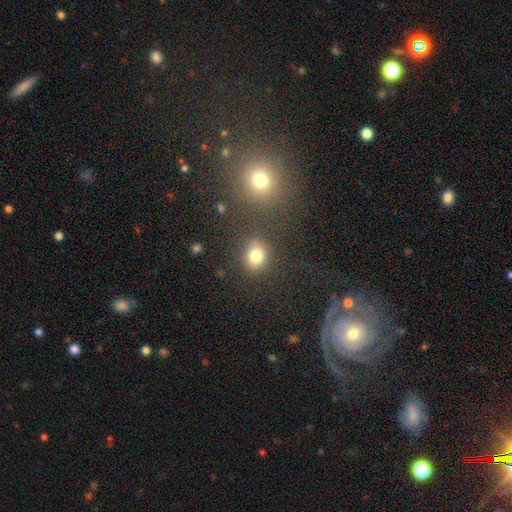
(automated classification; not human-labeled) This is likely a smooth galaxy (80%). How rounded: likely round (65%). Merging: likely none (78%).